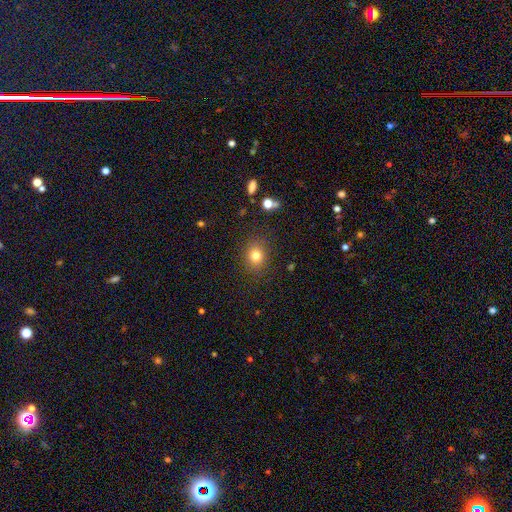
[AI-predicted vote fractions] smooth 79%, star or artifact 13%, featured or disk 8%. Down the decision tree: how rounded — round (69%); merging — none (86%).